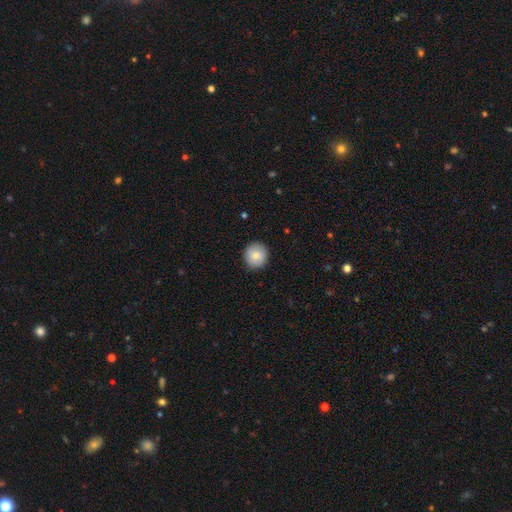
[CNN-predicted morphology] type=smooth (83%); roundness=round (91%); merging=none (90%).